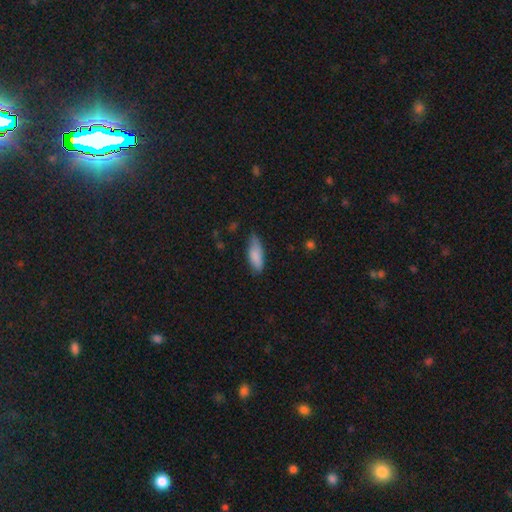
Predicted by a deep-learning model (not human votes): Smooth or featured? Predicted: smooth (p=0.84). How rounded? Predicted: in between (p=0.66). Merging? Predicted: none (p=0.62).